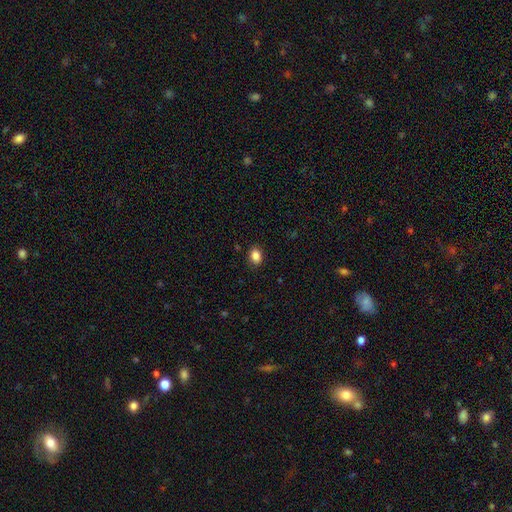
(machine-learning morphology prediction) smooth-or-featured: smooth: 86% | star or artifact: 9% | featured or disk: 4%
  how-rounded: in between: 69% | round: 30% | cigar-shaped: 1%
  merging: none: 88% | minor disturbance: 9% | major disturbance: 2% | merger: 1%